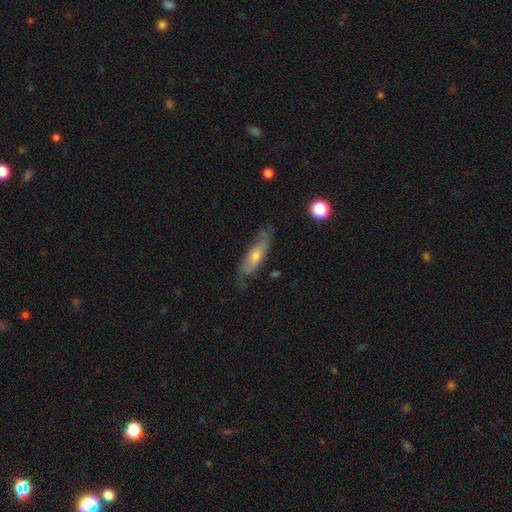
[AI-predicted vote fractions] Q: Smooth or featured?
A: featured or disk (49%); runner-up: smooth (44%)
Q: Merging?
A: none (70%); runner-up: minor disturbance (22%)